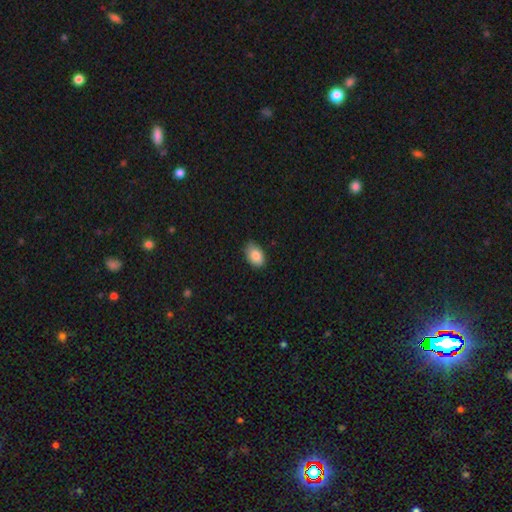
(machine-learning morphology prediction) Q: Smooth or featured?
A: smooth (86%); runner-up: star or artifact (7%)
Q: How rounded?
A: in between (89%); runner-up: round (10%)
Q: Merging?
A: none (76%); runner-up: minor disturbance (21%)